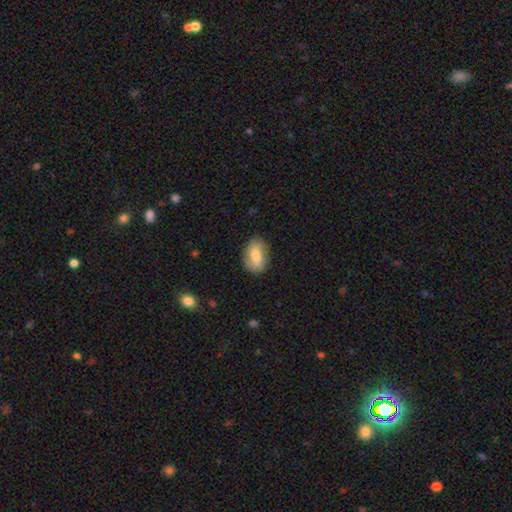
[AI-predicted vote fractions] Q: Smooth or featured?
A: smooth (73%); runner-up: featured or disk (21%)
Q: How rounded?
A: in between (87%); runner-up: round (10%)
Q: Merging?
A: none (80%); runner-up: minor disturbance (15%)